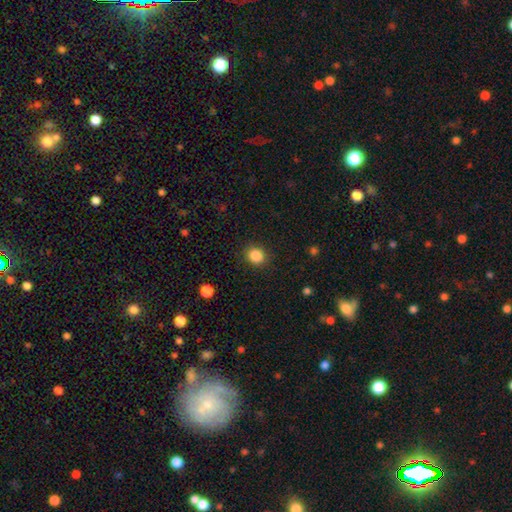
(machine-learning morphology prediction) Smooth or featured? smooth (86%)
How rounded? round (74%)
Merging? none (88%)